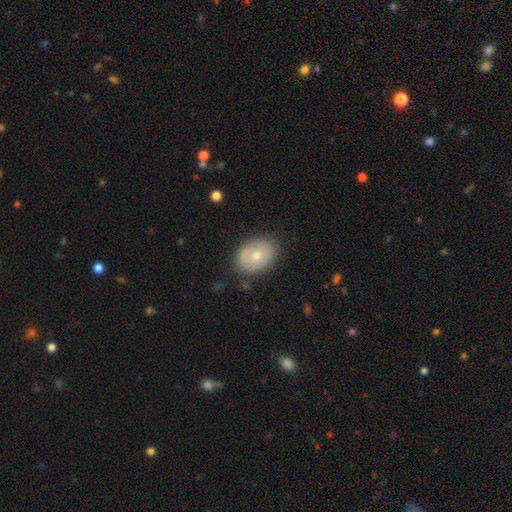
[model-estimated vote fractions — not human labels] A smooth galaxy with no disk features (63%) that is in between round and cigar-shaped (68%).

Vote fractions:
- Smooth or featured? smooth: 63% / featured or disk: 30% / star or artifact: 7%
- How rounded? in between: 68% / round: 31% / cigar-shaped: 1%
- Merging? none: 80% / minor disturbance: 14% / major disturbance: 4% / merger: 1%